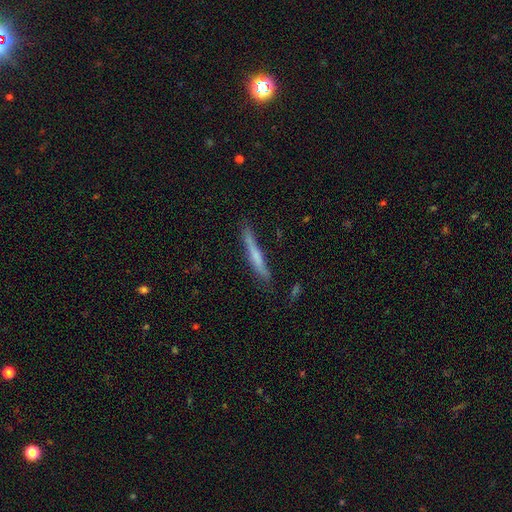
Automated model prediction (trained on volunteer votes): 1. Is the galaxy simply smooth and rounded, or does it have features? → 57% smooth, 37% featured or disk, 6% star or artifact.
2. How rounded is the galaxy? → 95% cigar-shaped, 4% in between, 1% round.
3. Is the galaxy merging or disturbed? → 74% none, 19% minor disturbance, 4% major disturbance, 3% merger.